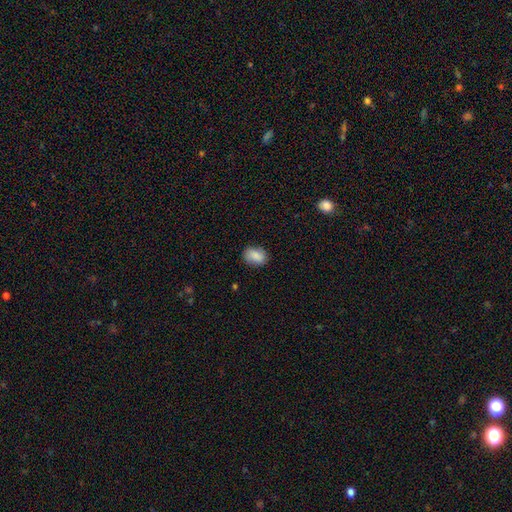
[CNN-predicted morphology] The model was most divided on "how rounded": in between: 76%, round: 23%, cigar-shaped: 1%. More confident: smooth or featured — smooth (86%); merging — none (82%).